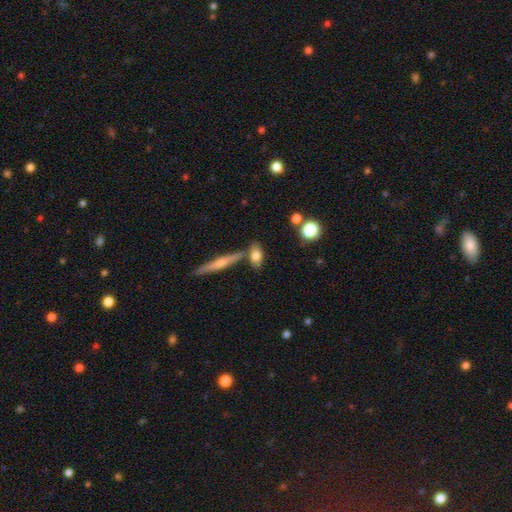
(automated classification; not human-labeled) Smooth or featured? smooth (72%)
How rounded? in between (74%)
Merging? none (63%)